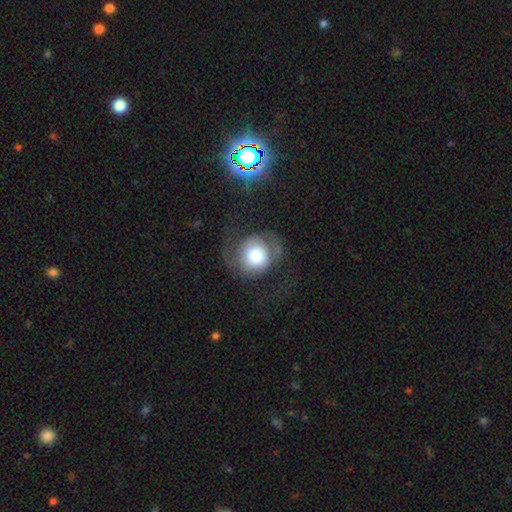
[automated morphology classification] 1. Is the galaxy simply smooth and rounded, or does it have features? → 49% smooth, 43% featured or disk, 8% star or artifact.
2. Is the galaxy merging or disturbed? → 50% none, 29% major disturbance, 19% minor disturbance, 3% merger.